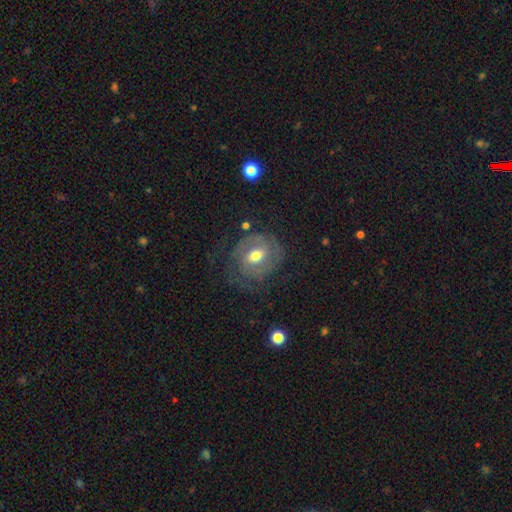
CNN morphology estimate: smooth-or-featured: featured or disk: 72% | smooth: 21% | star or artifact: 7%
  disk-edge-on: no: 96% | yes: 4%
    bar: weak: 48% | no: 35% | strong: 16%
    has-spiral-arms: yes: 80% | no: 20%
      spiral-winding: tight: 55% | medium: 32% | loose: 13%
      spiral-arm-count: 2: 42% | can't tell: 34% | 3: 9% | 1: 8% | 4: 4% | more than 4: 3%
    bulge-size: moderate: 75% | small: 15% | large: 8% | dominant: 1% | none: 1%
  merging: none: 63% | minor disturbance: 20% | major disturbance: 15% | merger: 2%